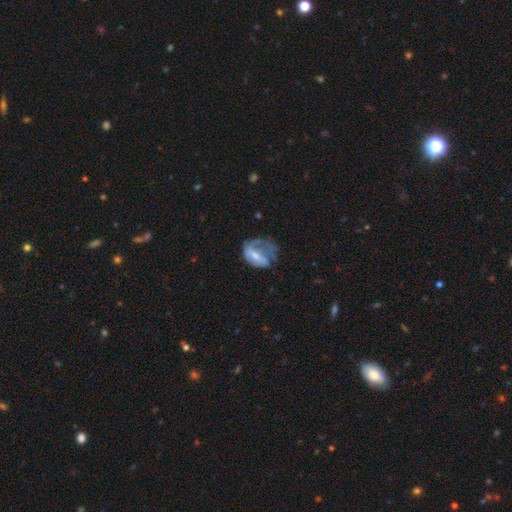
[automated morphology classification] Smooth or featured?
  - featured or disk: 49% *
  - smooth: 43%
  - star or artifact: 8%
Merging?
  - major disturbance: 47% *
  - minor disturbance: 25%
  - none: 24%
  - merger: 3%